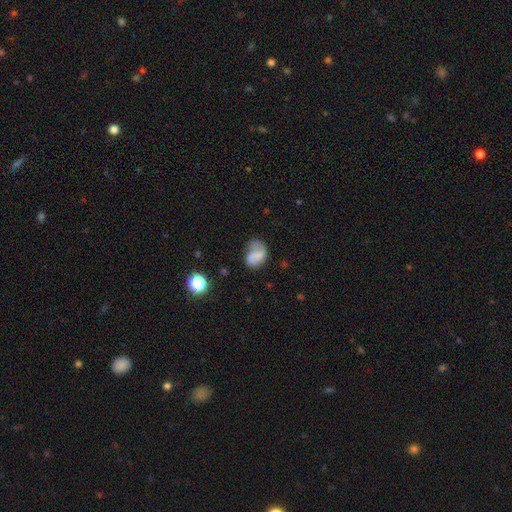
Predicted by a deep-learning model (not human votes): Smooth or featured: smooth — 61% (featured or disk — 28%)
How rounded: in between — 67% (round — 32%)
Merging: none — 41% (minor disturbance — 31%)